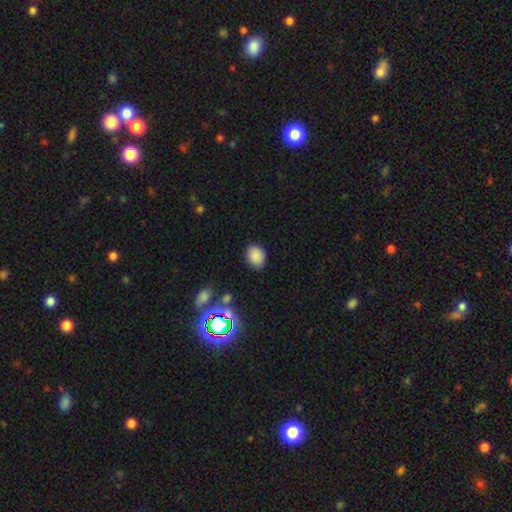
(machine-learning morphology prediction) smooth_or_featured: smooth (p=0.84) [alt: star or artifact p=0.11]
how_rounded: in between (p=0.53) [alt: round p=0.46]
merging: none (p=0.84) [alt: minor disturbance p=0.11]